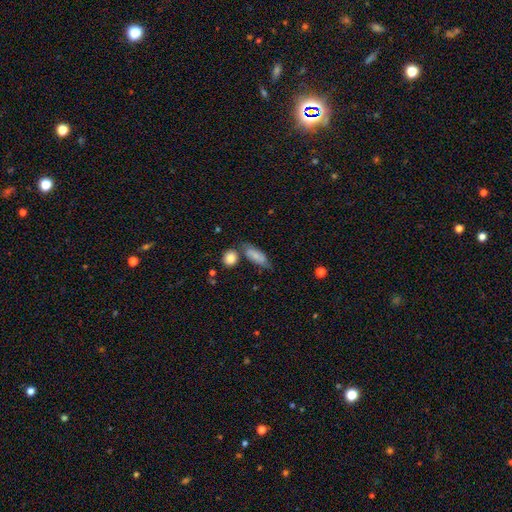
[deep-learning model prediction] Smooth or featured: smooth — 73% (featured or disk — 20%)
How rounded: in between — 70% (cigar-shaped — 25%)
Merging: none — 54% (minor disturbance — 23%)